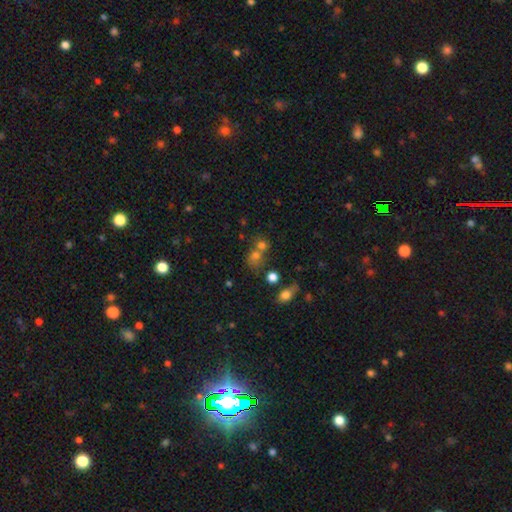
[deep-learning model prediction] A smooth galaxy with no disk features (66%) that is round (69%).

Vote fractions:
- Smooth or featured? smooth: 66% / star or artifact: 21% / featured or disk: 12%
- How rounded? round: 69% / in between: 30% / cigar-shaped: 1%
- Merging? none: 44% / merger: 41% / minor disturbance: 10% / major disturbance: 5%